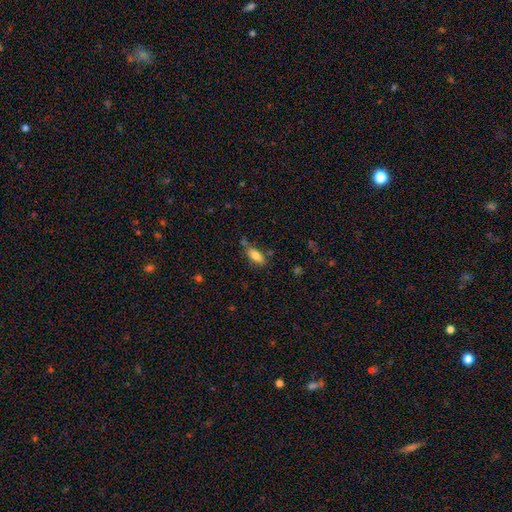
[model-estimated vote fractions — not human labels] smooth-or-featured: smooth: 80% | featured or disk: 12% | star or artifact: 8%
  how-rounded: in between: 84% | cigar-shaped: 13% | round: 3%
  merging: none: 62% | minor disturbance: 21% | merger: 11% | major disturbance: 6%